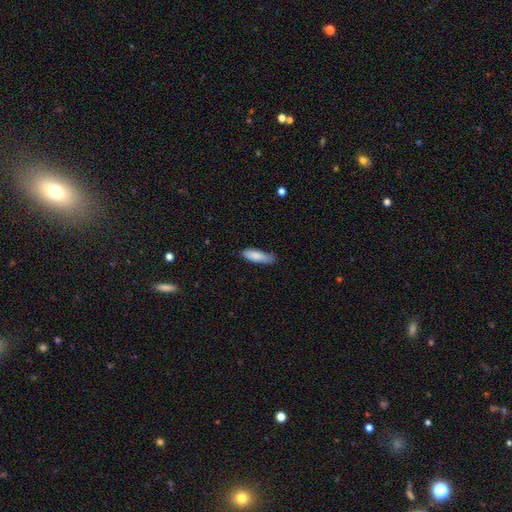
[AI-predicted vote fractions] Smooth or featured? Predicted: smooth (p=0.83). How rounded? Predicted: cigar-shaped (p=0.51). Merging? Predicted: none (p=0.69).